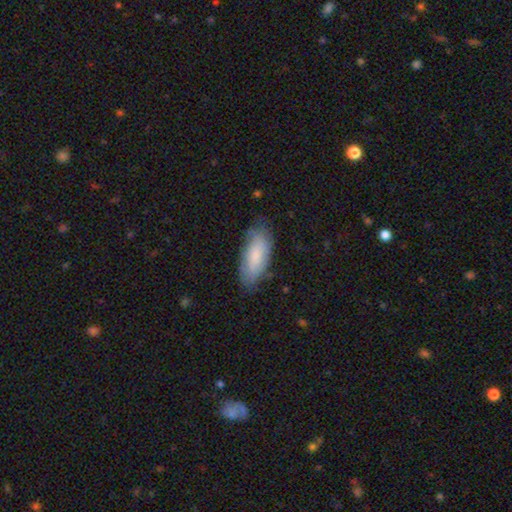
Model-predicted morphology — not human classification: Q: Smooth or featured?
A: smooth (75%); runner-up: featured or disk (19%)
Q: How rounded?
A: in between (81%); runner-up: cigar-shaped (18%)
Q: Merging?
A: none (72%); runner-up: minor disturbance (22%)